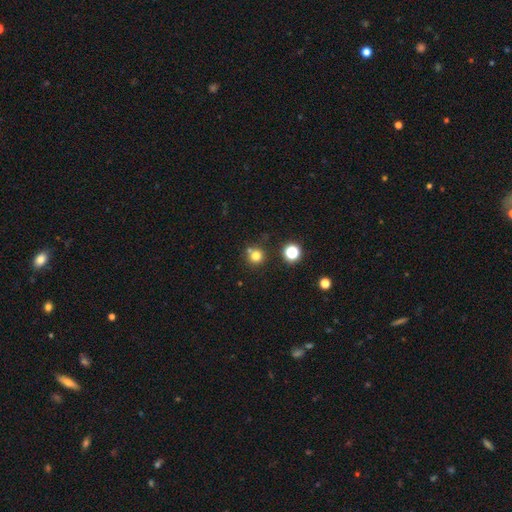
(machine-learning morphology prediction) Smooth or featured?
  - smooth: 77% *
  - star or artifact: 16%
  - featured or disk: 7%
How rounded?
  - round: 93% *
  - in between: 6%
  - cigar-shaped: 1%
Merging?
  - none: 73% *
  - merger: 15%
  - minor disturbance: 8%
  - major disturbance: 3%